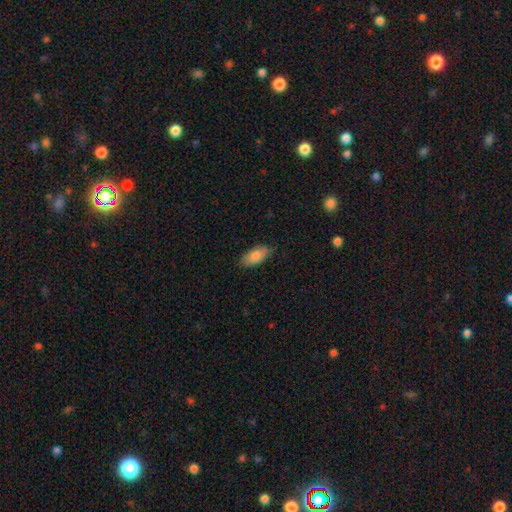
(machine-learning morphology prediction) Smooth or featured: smooth — 81% (featured or disk — 13%)
How rounded: in between — 90% (cigar-shaped — 7%)
Merging: none — 82% (minor disturbance — 15%)